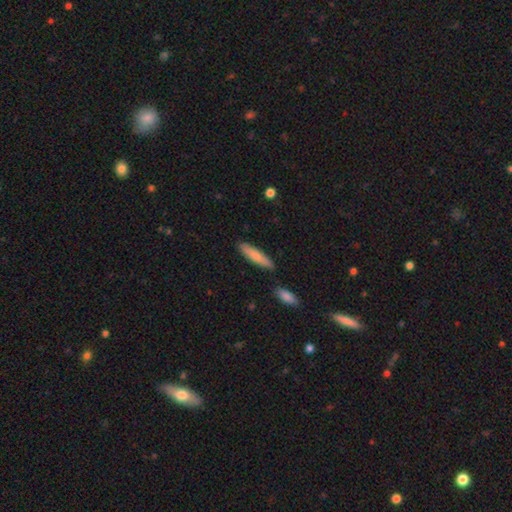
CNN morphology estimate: This is likely a smooth galaxy (79%). How rounded: clearly cigar-shaped (81%). Merging: clearly none (85%).